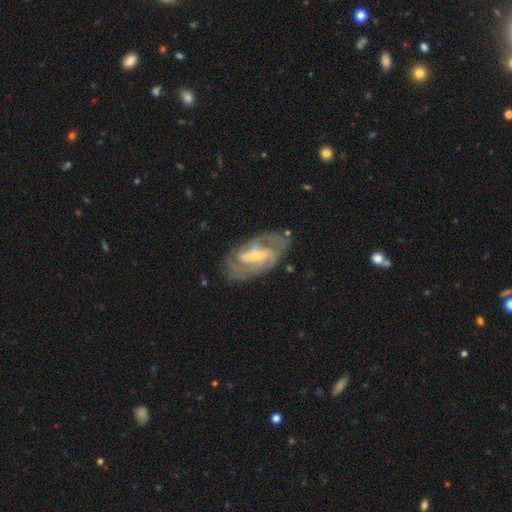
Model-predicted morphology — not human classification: This appears to be a featured or disk galaxy (87%) with a weak bar (47%), 2 (45%) medium (44%, tied with tight) spiral arms (95%) and a small central bulge (60%). Merging: none (73%).